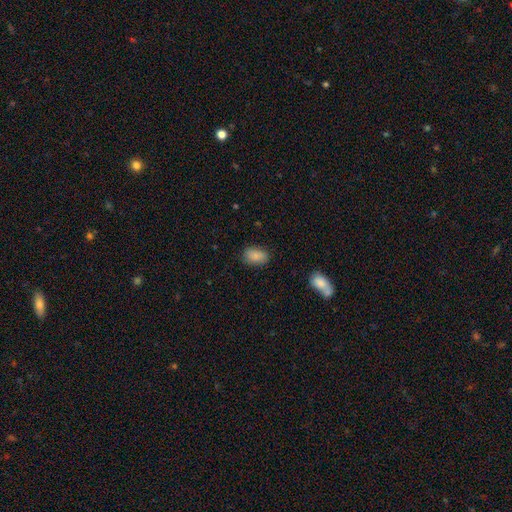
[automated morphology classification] Smooth or featured? smooth (87%)
How rounded? in between (89%)
Merging? none (82%)